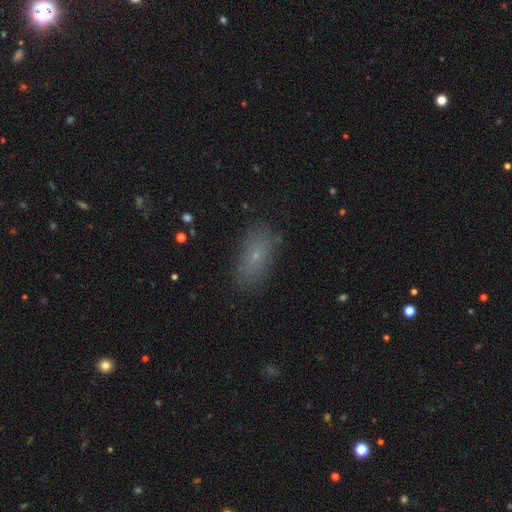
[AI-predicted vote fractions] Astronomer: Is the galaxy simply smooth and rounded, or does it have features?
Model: smooth — 70%.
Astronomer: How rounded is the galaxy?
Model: in between — 85%.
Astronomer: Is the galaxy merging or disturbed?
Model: none — 81%.